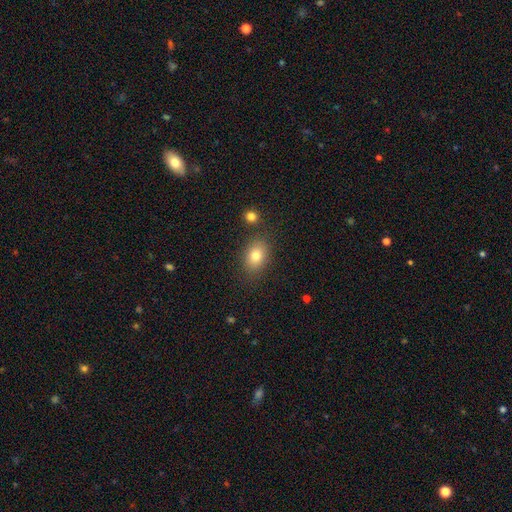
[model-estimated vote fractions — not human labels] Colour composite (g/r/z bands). It shows a smooth galaxy with no disk features (80%) that is in between round and cigar-shaped (75%). Merging: none (82%).